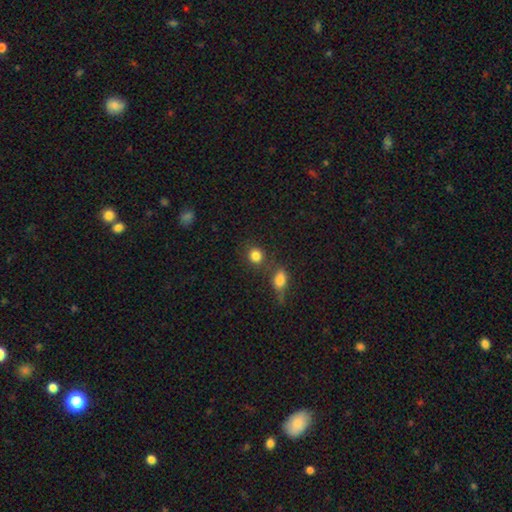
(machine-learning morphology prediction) Smooth or featured? Predicted: smooth (p=0.84). How rounded? Predicted: round (p=0.79). Merging? Predicted: none (p=0.67).